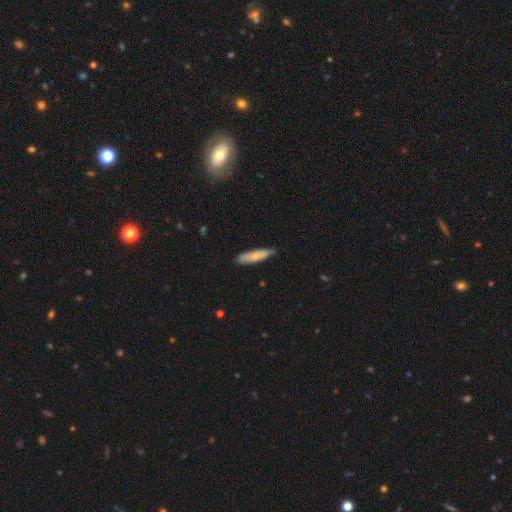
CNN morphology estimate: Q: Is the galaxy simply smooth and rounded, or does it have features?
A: smooth — 72%.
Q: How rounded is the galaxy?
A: cigar-shaped — 77%.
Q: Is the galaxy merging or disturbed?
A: none — 78%.